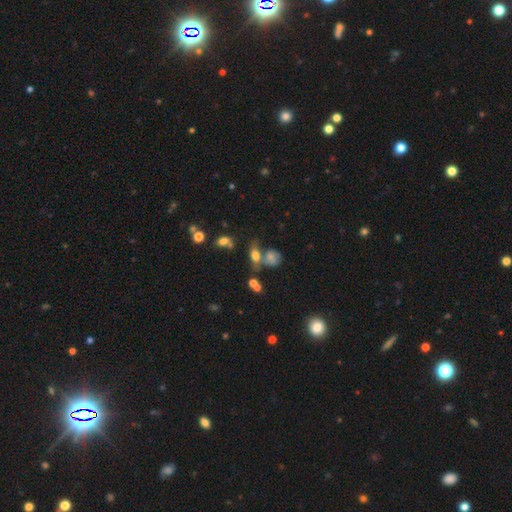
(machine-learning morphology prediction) The model was most divided on "merging": none: 46%, merger: 30%, minor disturbance: 15%, major disturbance: 9%. More confident: how rounded — in between (66%); smooth or featured — smooth (60%).